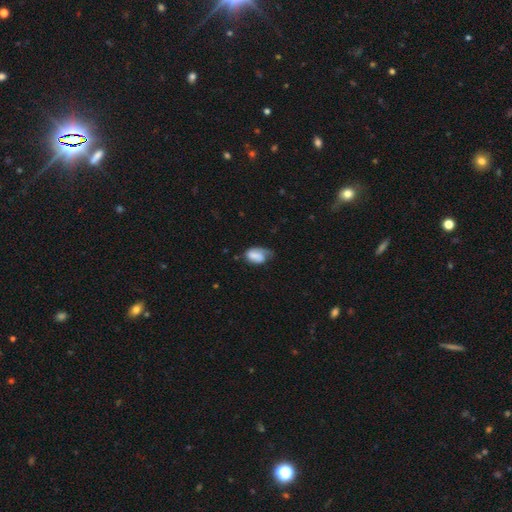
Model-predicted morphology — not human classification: Overall: smooth (67%). How rounded: in between (88%). Merging: minor disturbance (39%; none 34%).